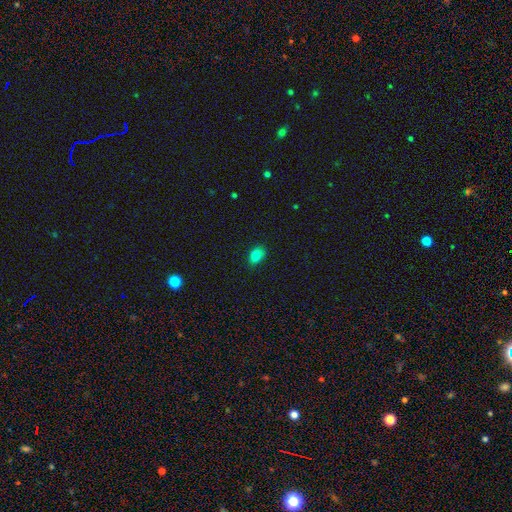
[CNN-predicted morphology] Smooth or featured? smooth (84%)
How rounded? in between (77%)
Merging? none (84%)